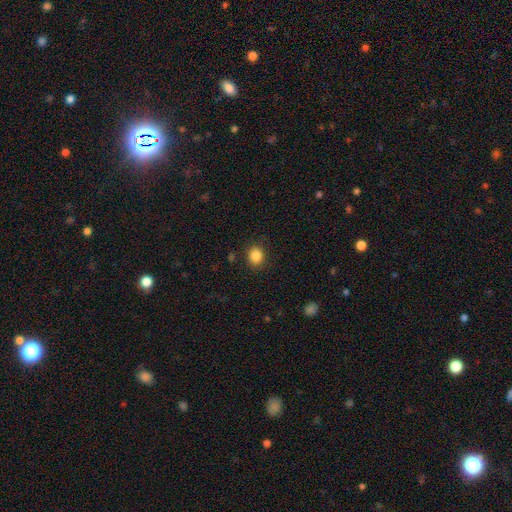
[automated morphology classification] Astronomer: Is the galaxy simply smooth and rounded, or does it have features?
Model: smooth — 86%.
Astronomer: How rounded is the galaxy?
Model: round — 71%.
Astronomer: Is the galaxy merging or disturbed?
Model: none — 88%.